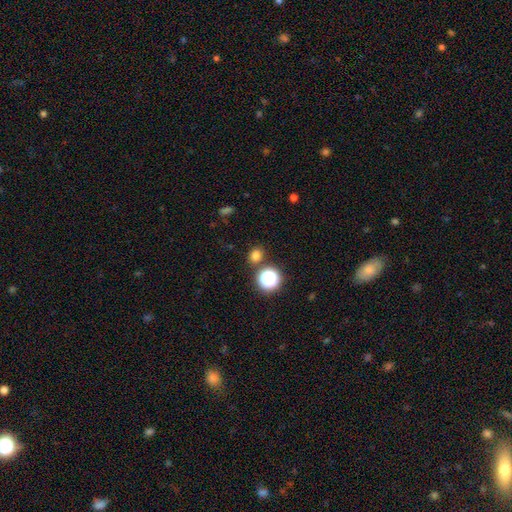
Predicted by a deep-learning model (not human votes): Smooth or featured? Predicted: smooth (p=0.74). How rounded? Predicted: round (p=0.76). Merging? Predicted: none (p=0.81).